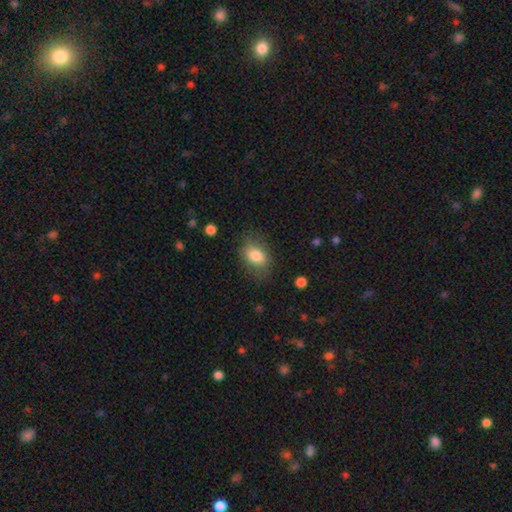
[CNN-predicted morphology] Smooth or featured?
  - smooth: 81% *
  - featured or disk: 11%
  - star or artifact: 8%
How rounded?
  - in between: 75% *
  - round: 24%
  - cigar-shaped: 1%
Merging?
  - none: 71% *
  - minor disturbance: 20%
  - major disturbance: 8%
  - merger: 1%